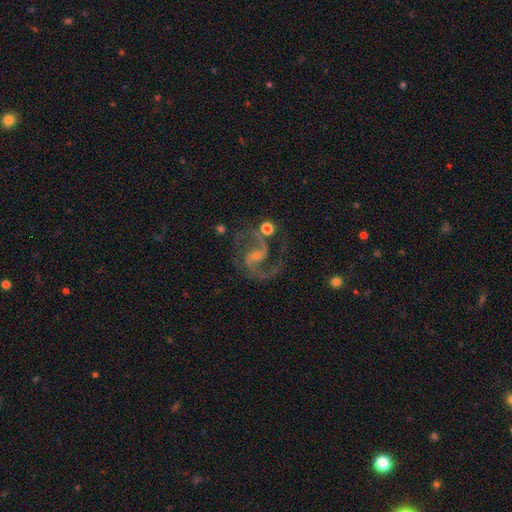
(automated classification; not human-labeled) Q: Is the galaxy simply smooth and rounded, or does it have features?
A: featured or disk — 87%.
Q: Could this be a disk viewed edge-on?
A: no — 98%.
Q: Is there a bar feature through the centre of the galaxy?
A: weak — 53%.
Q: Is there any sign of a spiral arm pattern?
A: yes — 97%.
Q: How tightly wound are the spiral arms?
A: medium — 61%.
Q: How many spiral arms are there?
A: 2 — 89%.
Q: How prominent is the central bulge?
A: small — 54%.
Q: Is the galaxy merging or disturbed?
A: none — 62%.